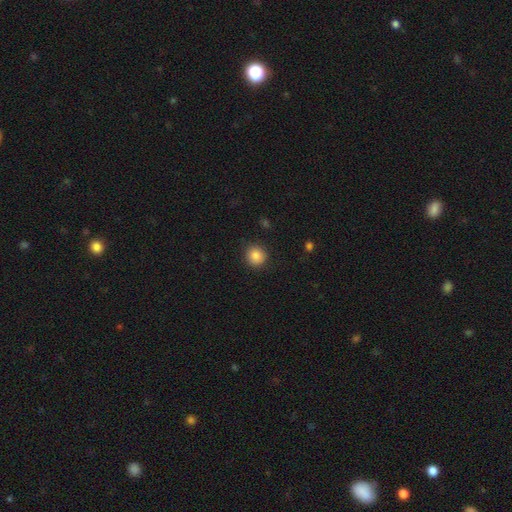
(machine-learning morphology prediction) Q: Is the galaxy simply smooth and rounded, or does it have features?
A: smooth — 85%.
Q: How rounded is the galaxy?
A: round — 91%.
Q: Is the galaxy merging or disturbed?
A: none — 89%.